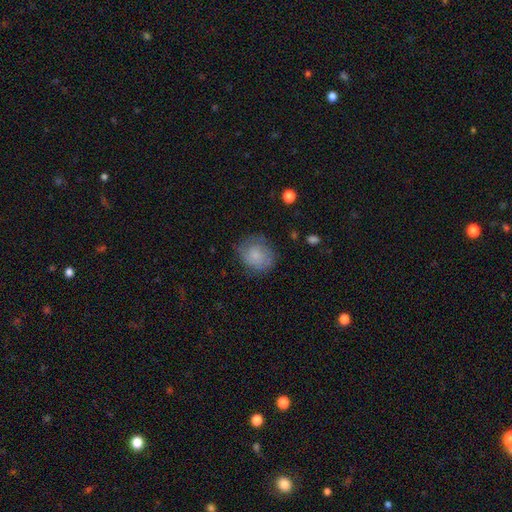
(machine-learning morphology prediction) A smooth galaxy with no disk features (66%) that is round (77%).

Vote fractions:
- Smooth or featured? smooth: 66% / featured or disk: 26% / star or artifact: 8%
- How rounded? round: 77% / in between: 22% / cigar-shaped: 1%
- Merging? none: 68% / minor disturbance: 22% / major disturbance: 9% / merger: 1%